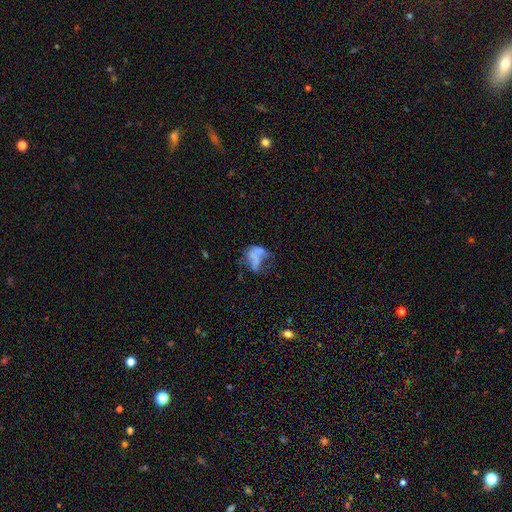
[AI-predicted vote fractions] smooth 45%, featured or disk 41%, star or artifact 14%. Down the decision tree: merging — major disturbance (41%).